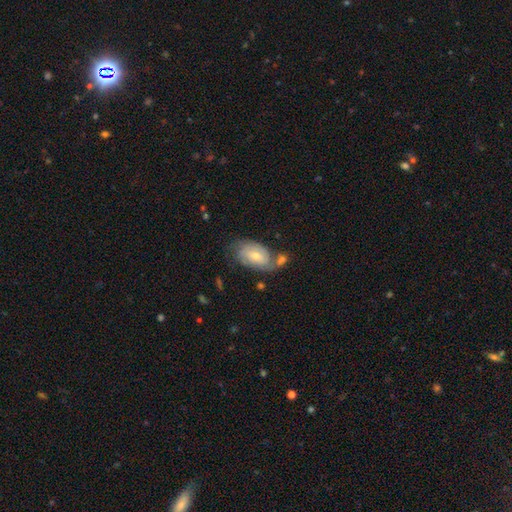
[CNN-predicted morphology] smooth_or_featured: featured or disk (p=0.56) [alt: smooth p=0.36]
disk_edge_on: no (p=0.94) [alt: yes p=0.06]
bar: no (p=0.62) [alt: weak p=0.30]
has_spiral_arms: yes (p=0.76) [alt: no p=0.24]
bulge_size: small (p=0.50) [alt: moderate p=0.46]
merging: none (p=0.48) [alt: minor disturbance p=0.21]